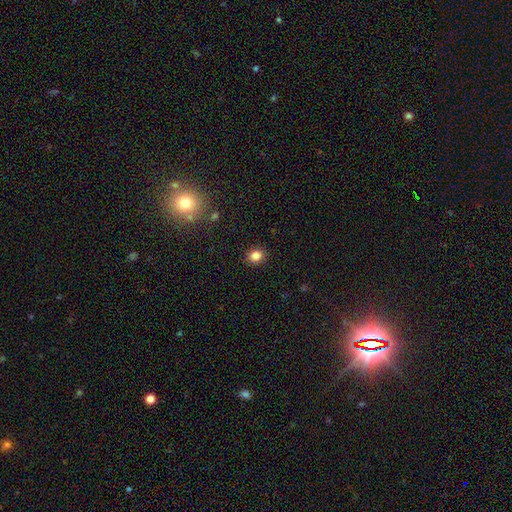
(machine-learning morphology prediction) Smooth or featured? Predicted: smooth (p=0.84). How rounded? Predicted: round (p=0.66). Merging? Predicted: none (p=0.90).